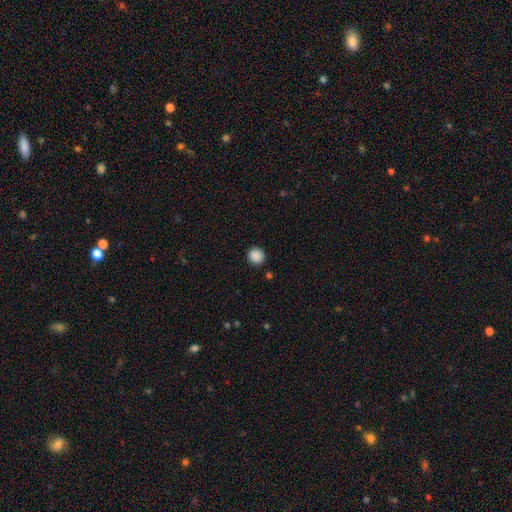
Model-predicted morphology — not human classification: Smooth or featured? smooth (88%)
How rounded? round (92%)
Merging? none (90%)